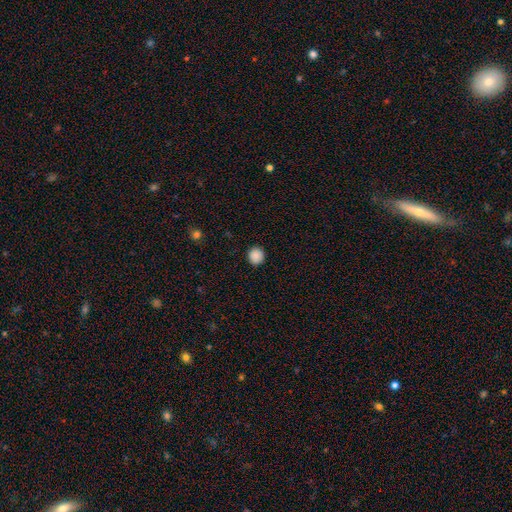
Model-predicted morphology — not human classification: smooth-or-featured: smooth: 88% | star or artifact: 9% | featured or disk: 2%
  how-rounded: round: 91% | in between: 8% | cigar-shaped: 1%
  merging: none: 91% | minor disturbance: 6% | major disturbance: 2% | merger: 1%